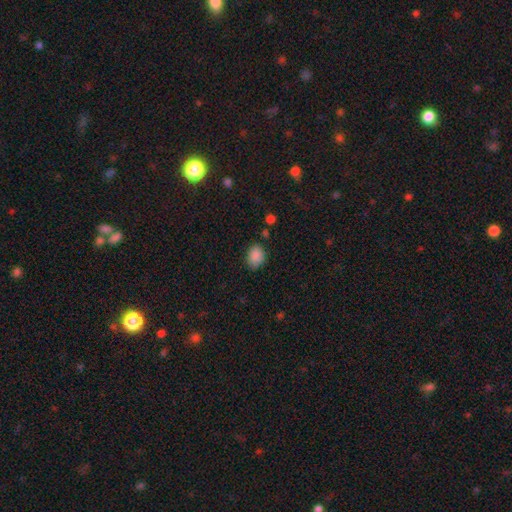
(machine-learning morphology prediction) Q: Smooth or featured?
A: smooth (87%); runner-up: star or artifact (9%)
Q: How rounded?
A: in between (67%); runner-up: round (32%)
Q: Merging?
A: none (79%); runner-up: minor disturbance (15%)